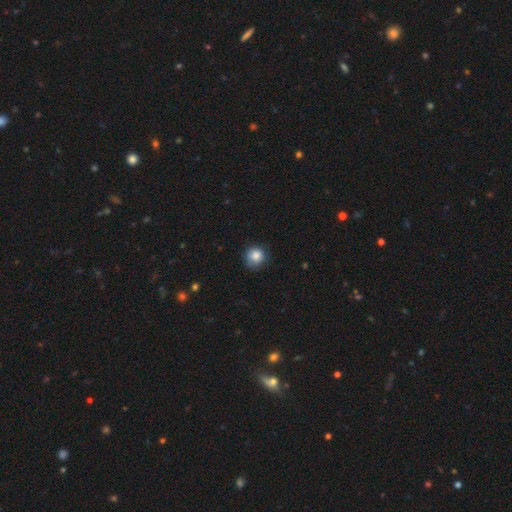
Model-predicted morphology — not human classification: A smooth galaxy with no disk features (84%) that is round (89%). Merging: none (74%).